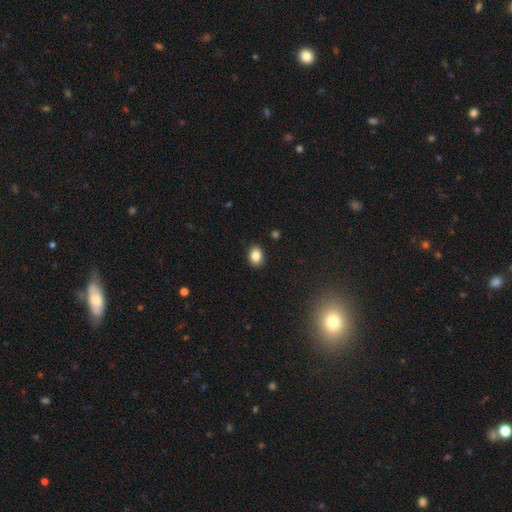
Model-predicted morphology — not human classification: smooth 85%, star or artifact 9%, featured or disk 6%. Down the decision tree: how rounded — in between (66%); merging — none (89%).